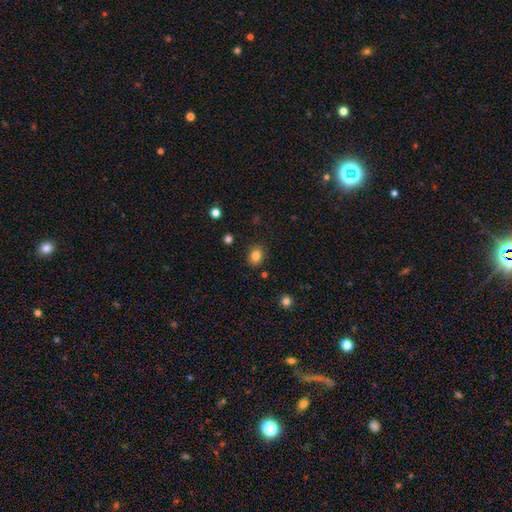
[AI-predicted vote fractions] Smooth or featured? smooth (83%)
How rounded? round (53%)
Merging? none (85%)